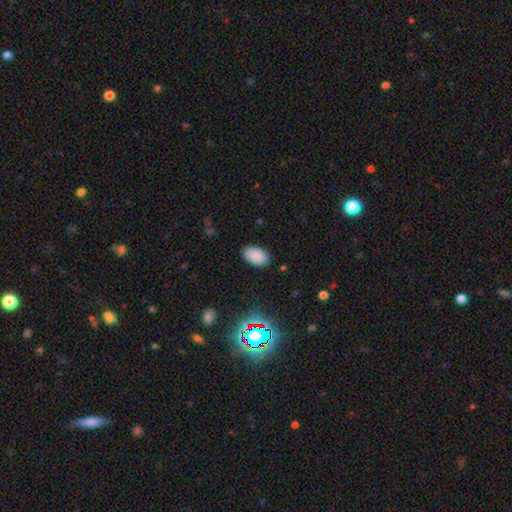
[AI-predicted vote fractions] Q: Smooth or featured?
A: smooth (87%); runner-up: star or artifact (10%)
Q: How rounded?
A: in between (94%); runner-up: round (5%)
Q: Merging?
A: none (87%); runner-up: minor disturbance (9%)